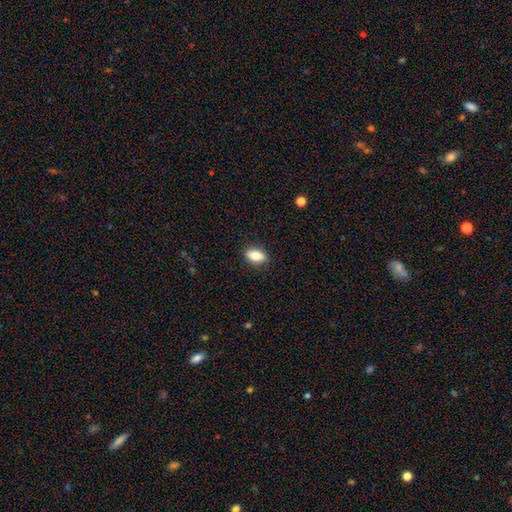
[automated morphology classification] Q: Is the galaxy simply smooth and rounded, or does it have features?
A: smooth — 79%.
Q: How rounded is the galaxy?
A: in between — 85%.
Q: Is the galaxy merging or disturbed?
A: none — 87%.